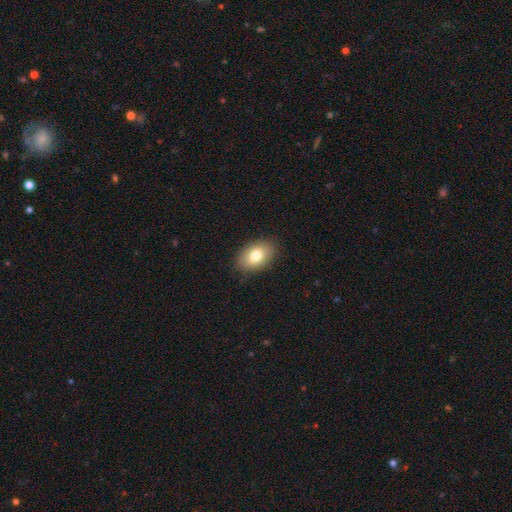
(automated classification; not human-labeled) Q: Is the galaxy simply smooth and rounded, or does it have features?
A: smooth — 78%.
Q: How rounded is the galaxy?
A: in between — 87%.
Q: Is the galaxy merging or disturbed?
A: none — 87%.